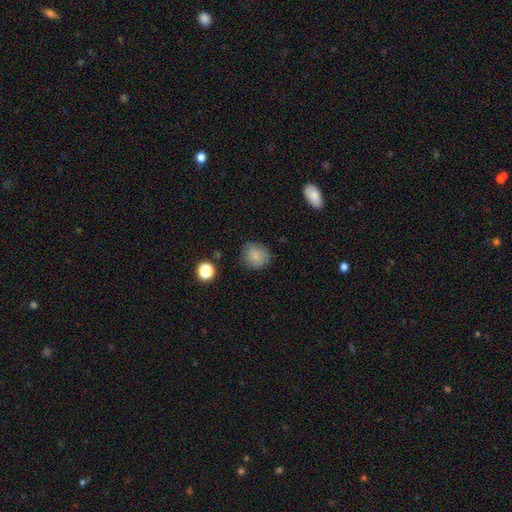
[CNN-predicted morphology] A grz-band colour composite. It shows a smooth galaxy with no disk features (82%) that is round (84%). Merging: none (79%).